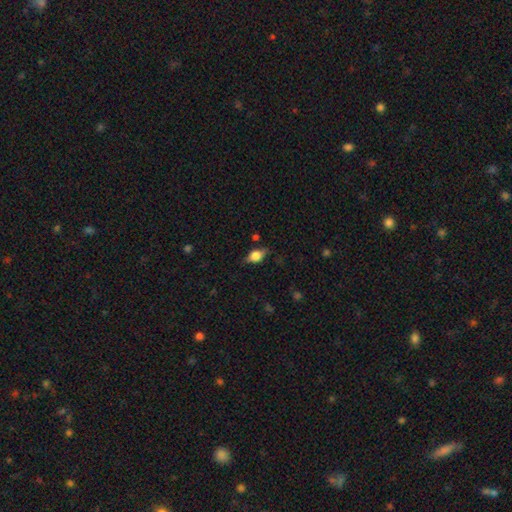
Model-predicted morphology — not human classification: Overall: smooth (65%; featured or disk 26%). How rounded: in between (76%). Merging: none (74%).